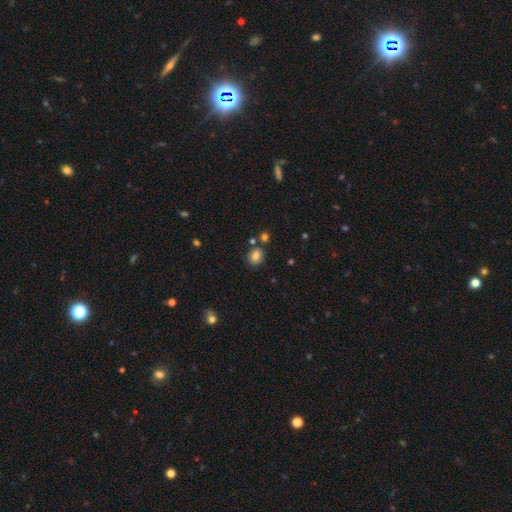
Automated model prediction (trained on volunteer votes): This is likely a smooth galaxy (80%). How rounded: likely round (70%). Merging: likely none (77%).